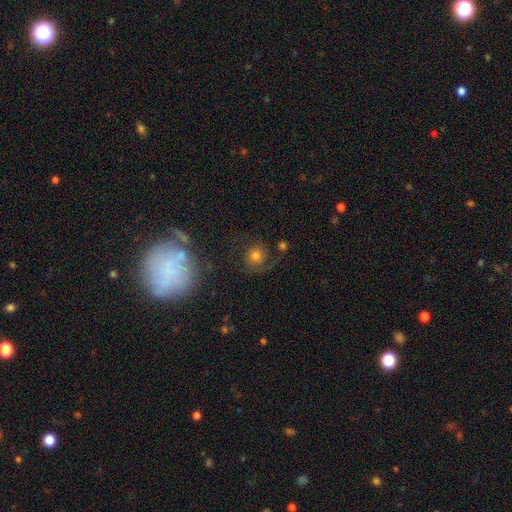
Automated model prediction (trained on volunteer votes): A featured or disk galaxy (48%).

Vote fractions:
- Smooth or featured? featured or disk: 48% / smooth: 38% / star or artifact: 14%
- Merging? none: 62% / major disturbance: 18% / minor disturbance: 16% / merger: 4%